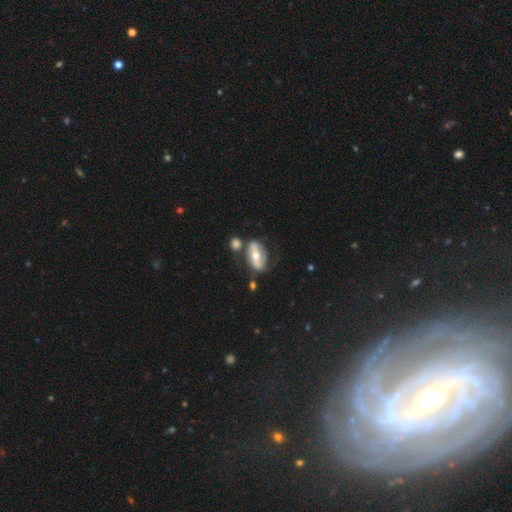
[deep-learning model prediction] smooth-or-featured: featured or disk: 68% | smooth: 27% | star or artifact: 6%
  disk-edge-on: no: 90% | yes: 10%
    bar: strong: 54% | no: 24% | weak: 22%
    has-spiral-arms: yes: 62% | no: 38%
    bulge-size: moderate: 74% | small: 18% | large: 5% | dominant: 1% | none: 1%
  merging: none: 58% | minor disturbance: 19% | merger: 14% | major disturbance: 9%